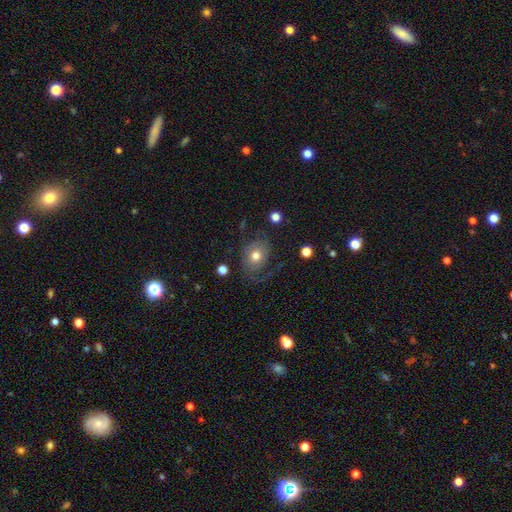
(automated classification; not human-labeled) This is possibly a smooth galaxy (59%). How rounded: possibly in between (52%). Merging: possibly none (55%).